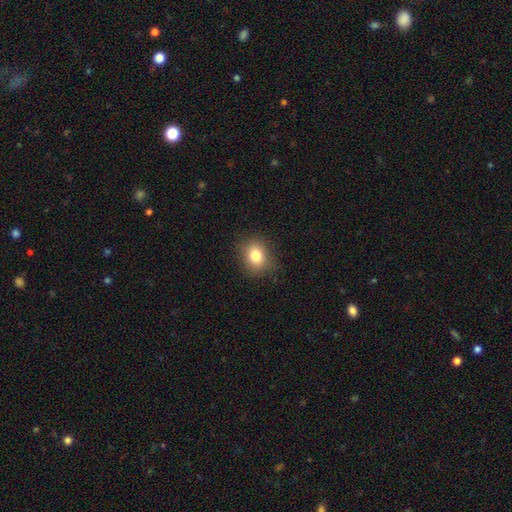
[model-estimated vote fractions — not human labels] Morphology: type=smooth (81%); roundness=round (58%); merging=none (84%).